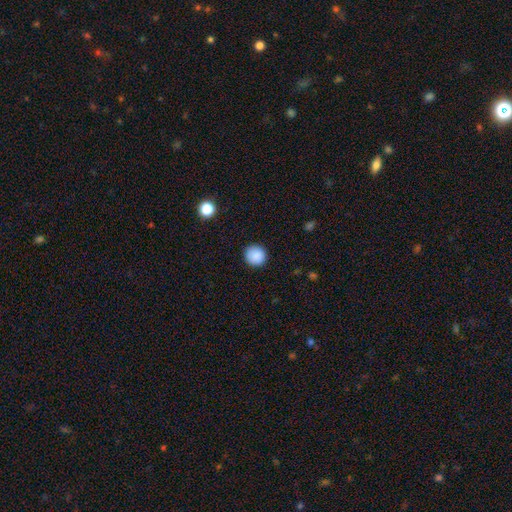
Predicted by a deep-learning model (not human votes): A smooth galaxy with no disk features (88%) that is round (94%).

Vote fractions:
- Smooth or featured? smooth: 88% / star or artifact: 9% / featured or disk: 3%
- How rounded? round: 94% / in between: 5% / cigar-shaped: 1%
- Merging? none: 91% / minor disturbance: 6% / major disturbance: 2% / merger: 1%